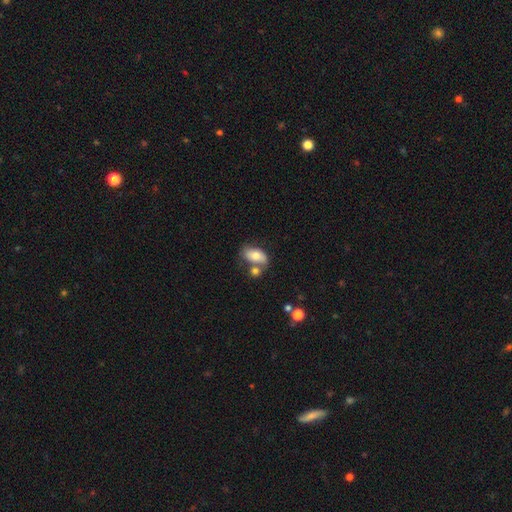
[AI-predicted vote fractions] Smooth or featured: smooth — 68% (featured or disk — 25%)
How rounded: in between — 90% (round — 8%)
Merging: none — 44% (merger — 34%)